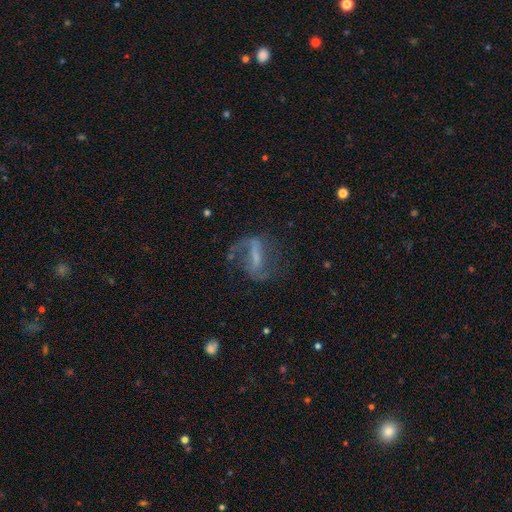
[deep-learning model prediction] Smooth or featured? Predicted: featured or disk (p=0.75). Edge-on disk? Predicted: no (p=0.93). Bar? Predicted: strong (p=0.56). Spiral arms? Predicted: yes (p=0.85). Spiral winding? Predicted: loose (p=0.47). Spiral arm count? Predicted: 2 (p=0.75). Bulge size? Predicted: none (p=0.37, tied with small). Merging? Predicted: none (p=0.55).